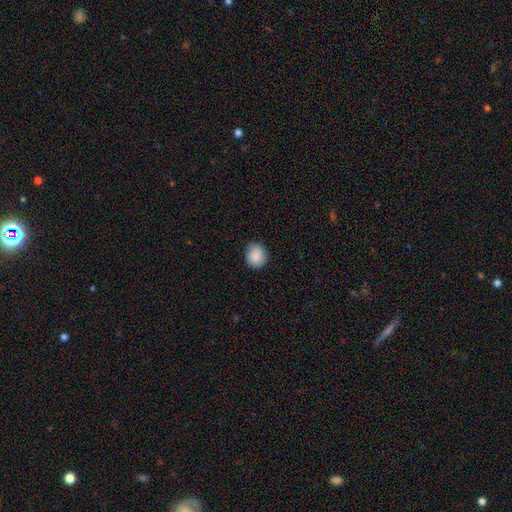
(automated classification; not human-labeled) Q: Smooth or featured?
A: smooth (88%); runner-up: star or artifact (8%)
Q: How rounded?
A: round (80%); runner-up: in between (19%)
Q: Merging?
A: none (83%); runner-up: minor disturbance (13%)